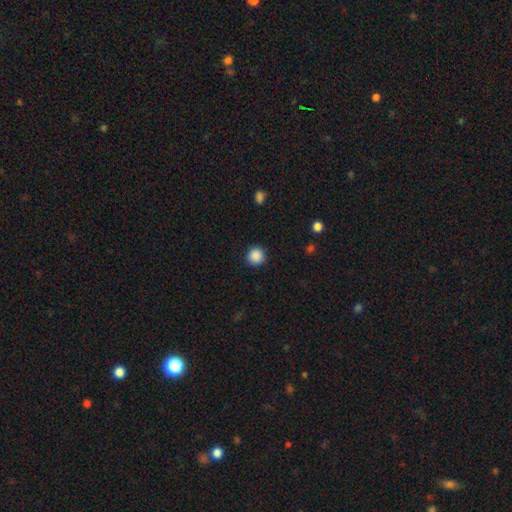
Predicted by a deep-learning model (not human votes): Overall: smooth (88%). How rounded: round (95%). Merging: none (91%).